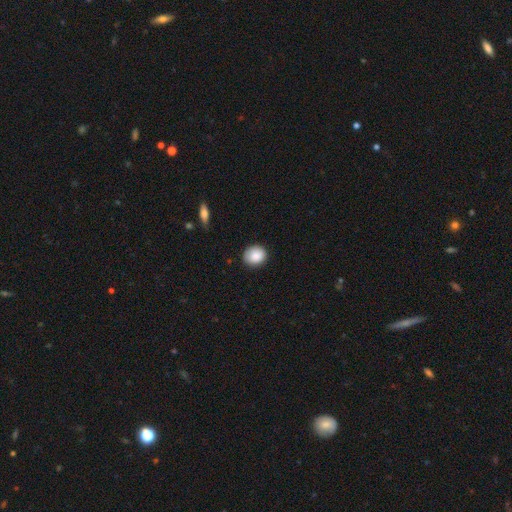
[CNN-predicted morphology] smooth 87%, star or artifact 8%, featured or disk 5%. Down the decision tree: how rounded — round (72%); merging — none (83%).